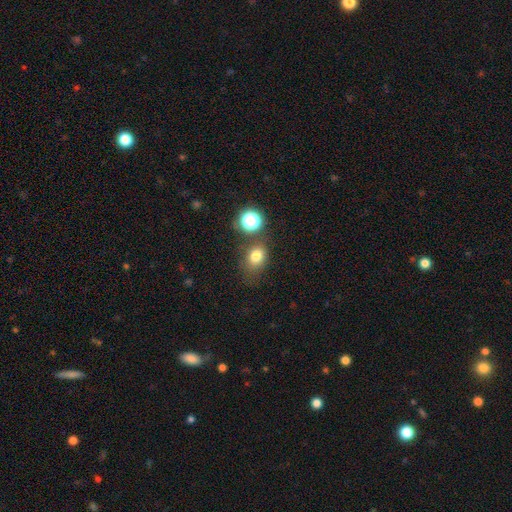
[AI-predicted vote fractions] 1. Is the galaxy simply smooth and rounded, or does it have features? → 77% smooth, 16% star or artifact, 8% featured or disk.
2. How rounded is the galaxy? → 50% in between, 49% round, 1% cigar-shaped.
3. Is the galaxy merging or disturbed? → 65% none, 17% minor disturbance, 12% merger, 7% major disturbance.